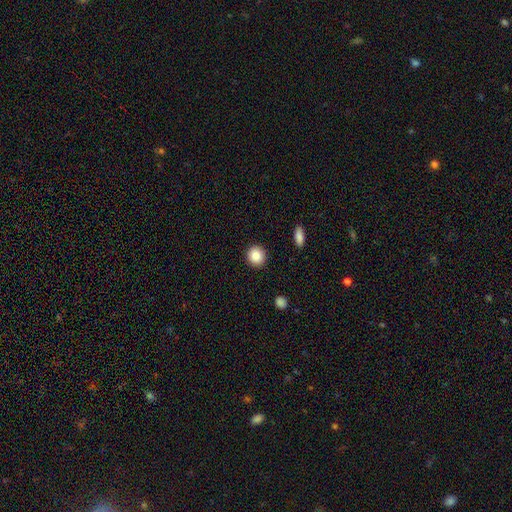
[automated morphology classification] Smooth or featured: smooth — 85% (star or artifact — 8%)
How rounded: round — 90% (in between — 9%)
Merging: none — 92% (minor disturbance — 5%)